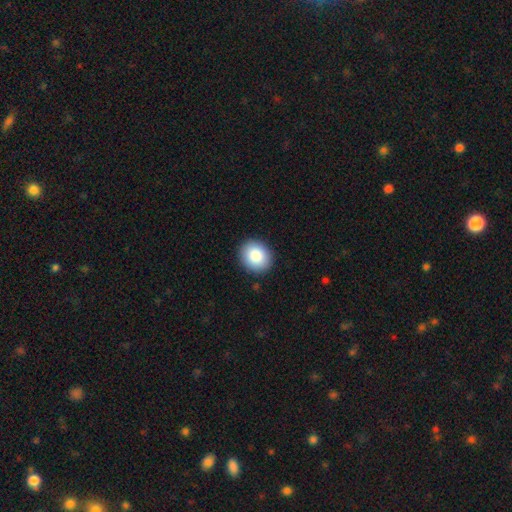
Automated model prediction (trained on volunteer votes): Q: Smooth or featured?
A: smooth (88%); runner-up: star or artifact (8%)
Q: How rounded?
A: round (71%); runner-up: in between (28%)
Q: Merging?
A: none (90%); runner-up: minor disturbance (7%)